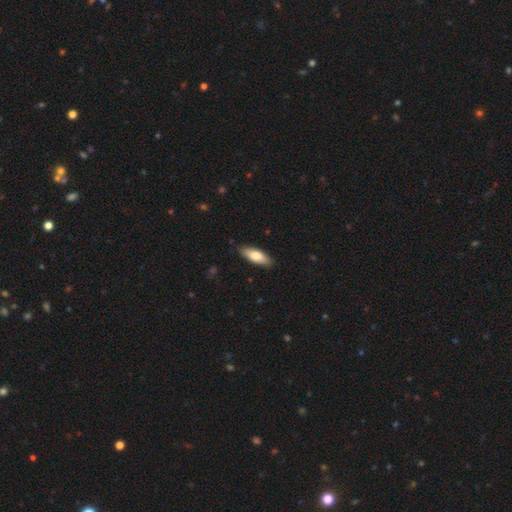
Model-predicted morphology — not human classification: Smooth or featured? Predicted: smooth (p=0.78). How rounded? Predicted: in between (p=0.69). Merging? Predicted: none (p=0.87).